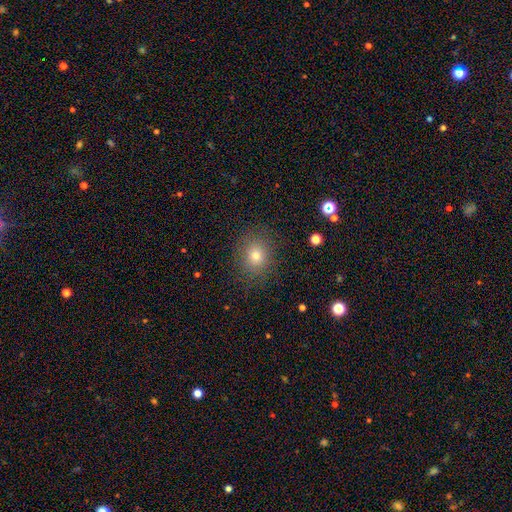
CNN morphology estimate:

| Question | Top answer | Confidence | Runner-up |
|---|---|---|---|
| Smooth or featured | smooth | 76% | star or artifact (15%) |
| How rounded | round | 67% | in between (32%) |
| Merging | none | 86% | minor disturbance (9%) |